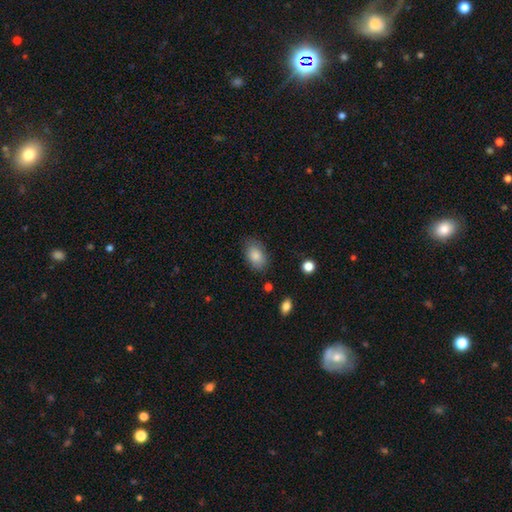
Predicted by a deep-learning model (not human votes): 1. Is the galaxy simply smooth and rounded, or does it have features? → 85% smooth, 8% featured or disk, 7% star or artifact.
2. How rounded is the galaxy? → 88% in between, 11% round, 1% cigar-shaped.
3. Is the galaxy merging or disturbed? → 79% none, 15% minor disturbance, 4% major disturbance, 2% merger.